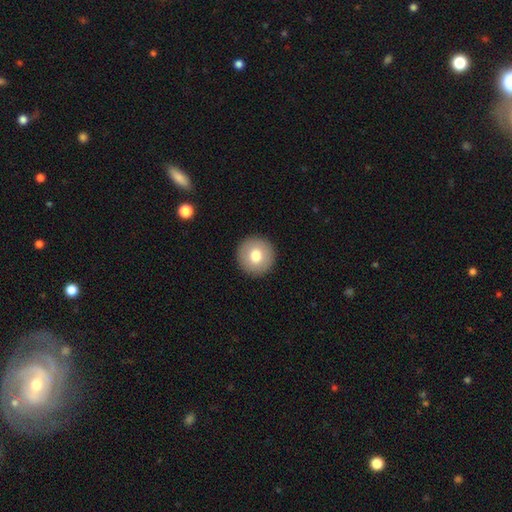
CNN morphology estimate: smooth-or-featured: smooth: 76% | featured or disk: 16% | star or artifact: 8%
  how-rounded: round: 96% | in between: 3% | cigar-shaped: 1%
  merging: none: 93% | minor disturbance: 4% | major disturbance: 2% | merger: 1%